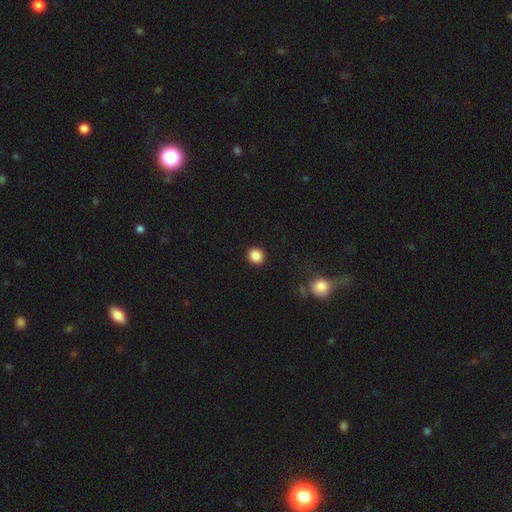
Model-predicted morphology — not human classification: This is clearly a smooth galaxy (87%). How rounded: clearly round (87%). Merging: clearly none (92%).